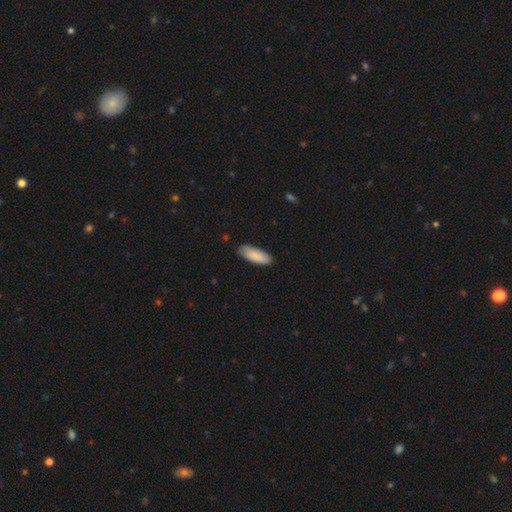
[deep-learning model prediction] A smooth galaxy with no disk features (88%) that is in between round and cigar-shaped (74%).

Vote fractions:
- Smooth or featured? smooth: 88% / featured or disk: 7% / star or artifact: 5%
- How rounded? in between: 74% / cigar-shaped: 25% / round: 1%
- Merging? none: 81% / minor disturbance: 16% / major disturbance: 2% / merger: 1%